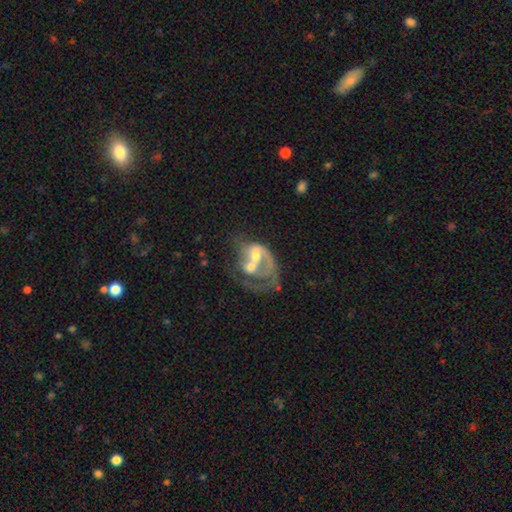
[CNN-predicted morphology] A featured or disk galaxy (71%) with no bar (56%), spiral arms (68%) and a moderate central bulge (56%). Merging: merger (57%).